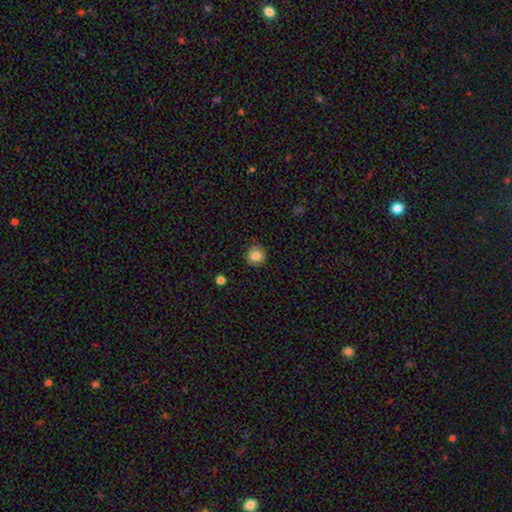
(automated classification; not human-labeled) A smooth galaxy with no disk features (84%) that is round (93%).

Vote fractions:
- Smooth or featured? smooth: 84% / star or artifact: 10% / featured or disk: 6%
- How rounded? round: 93% / in between: 6% / cigar-shaped: 1%
- Merging? none: 88% / minor disturbance: 9% / major disturbance: 2% / merger: 1%